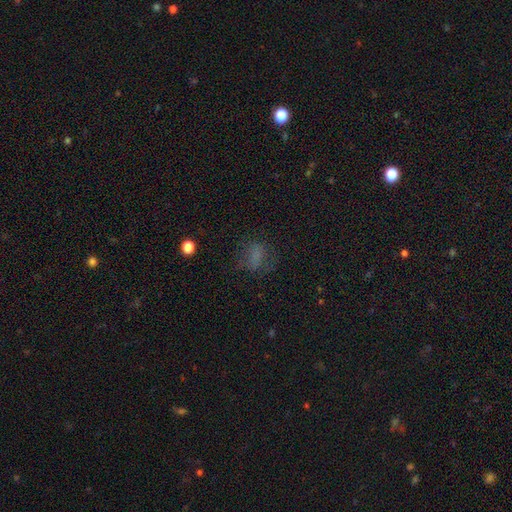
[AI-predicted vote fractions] Smooth or featured?
  - smooth: 61% *
  - star or artifact: 21%
  - featured or disk: 18%
How rounded?
  - in between: 63% *
  - round: 33%
  - cigar-shaped: 4%
Merging?
  - none: 59% *
  - minor disturbance: 20%
  - major disturbance: 19%
  - merger: 2%